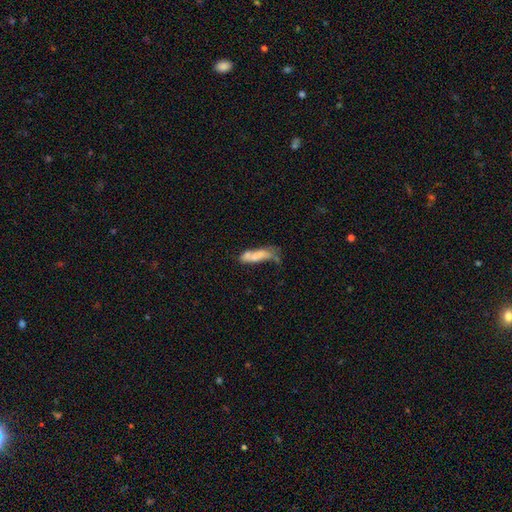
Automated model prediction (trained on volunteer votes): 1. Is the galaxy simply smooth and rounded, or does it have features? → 66% smooth, 25% featured or disk, 8% star or artifact.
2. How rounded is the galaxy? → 57% cigar-shaped, 40% in between, 2% round.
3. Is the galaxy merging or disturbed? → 32% none, 26% merger, 24% minor disturbance, 17% major disturbance.